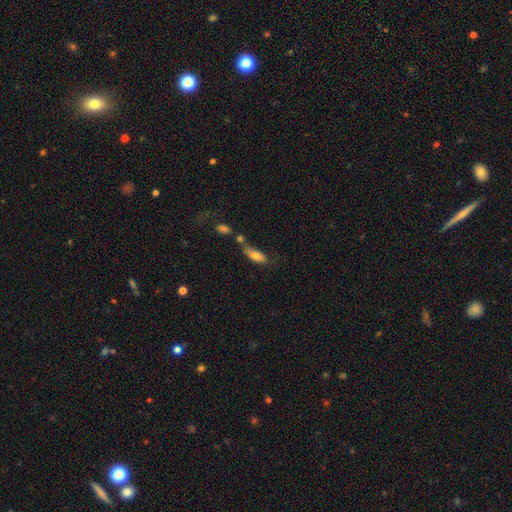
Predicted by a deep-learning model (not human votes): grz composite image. It shows a smooth galaxy with no disk features (76%) that is in between round and cigar-shaped (69%). Merging: none (38%).